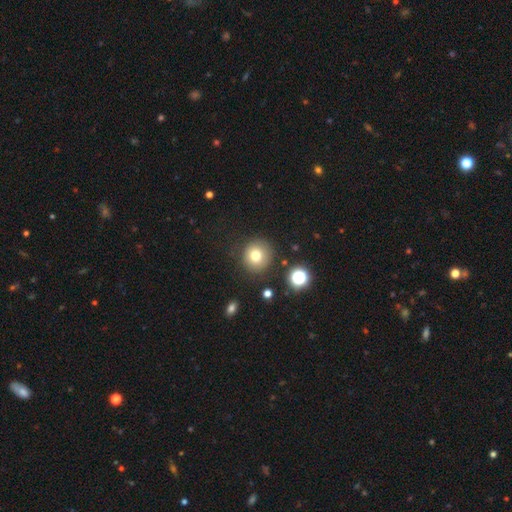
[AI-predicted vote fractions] A smooth galaxy with no disk features (76%) that is round (92%).

Vote fractions:
- Smooth or featured? smooth: 76% / star or artifact: 13% / featured or disk: 11%
- How rounded? round: 92% / in between: 7% / cigar-shaped: 1%
- Merging? none: 84% / minor disturbance: 9% / major disturbance: 4% / merger: 3%